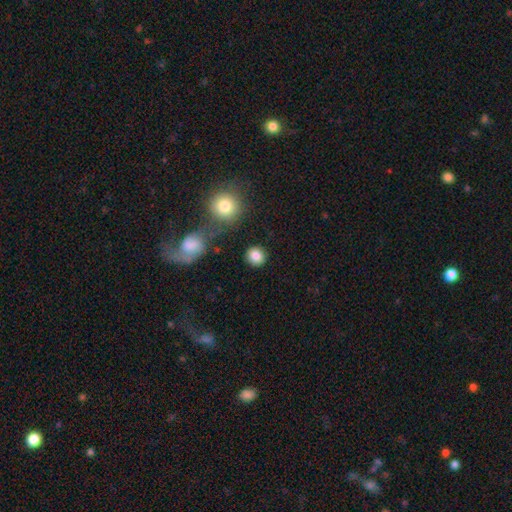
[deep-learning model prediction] Smooth or featured?
  - smooth: 84% *
  - star or artifact: 9%
  - featured or disk: 6%
How rounded?
  - round: 87% *
  - in between: 12%
  - cigar-shaped: 1%
Merging?
  - none: 87% *
  - minor disturbance: 7%
  - merger: 3%
  - major disturbance: 3%